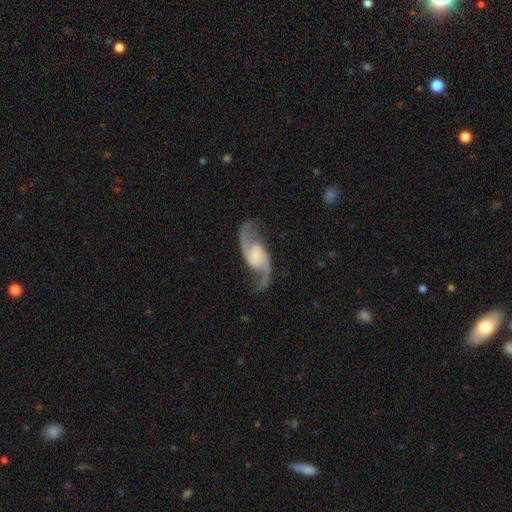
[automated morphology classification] Smooth or featured?
  - featured or disk: 91% *
  - star or artifact: 4%
  - smooth: 4%
Edge-on disk?
  - no: 97% *
  - yes: 3%
Bar?
  - no: 48% *
  - weak: 39%
  - strong: 13%
Spiral arms?
  - yes: 98% *
  - no: 2%
Spiral winding?
  - loose: 59% *
  - medium: 34%
  - tight: 6%
Spiral arm count?
  - 2: 94% *
  - can't tell: 1%
  - 1: 1%
  - 3: 1%
  - 4: 1%
  - more than 4: 1%
Bulge size?
  - small: 48% *
  - moderate: 25%
  - none: 19%
  - large: 7%
  - dominant: 2%
Merging?
  - none: 80% *
  - minor disturbance: 12%
  - major disturbance: 6%
  - merger: 2%